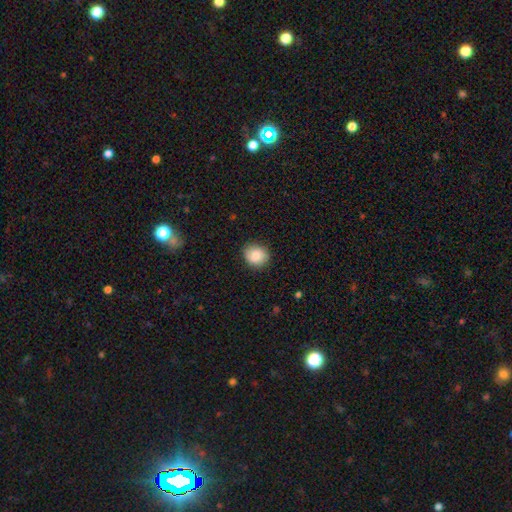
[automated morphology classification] The model was most divided on "how rounded": round: 73%, in between: 26%, cigar-shaped: 1%. More confident: merging — none (85%); smooth or featured — smooth (83%).